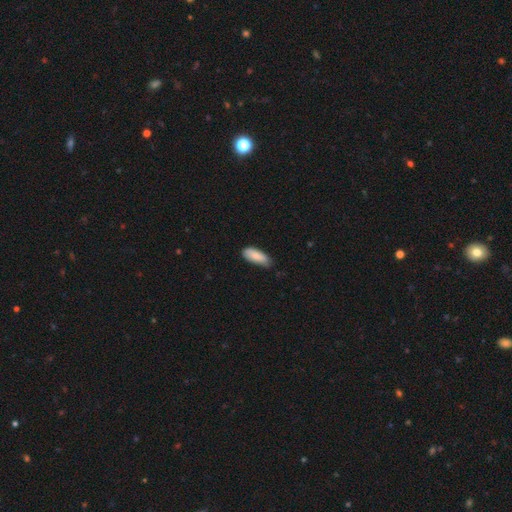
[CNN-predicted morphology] A smooth galaxy with no disk features (84%) that is in between round and cigar-shaped (78%). Merging: none (65%).